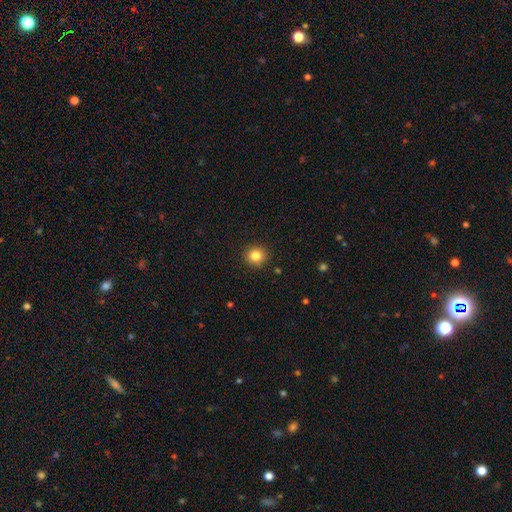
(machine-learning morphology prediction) smooth 84%, star or artifact 11%, featured or disk 5%. Down the decision tree: how rounded — round (91%); merging — none (91%).